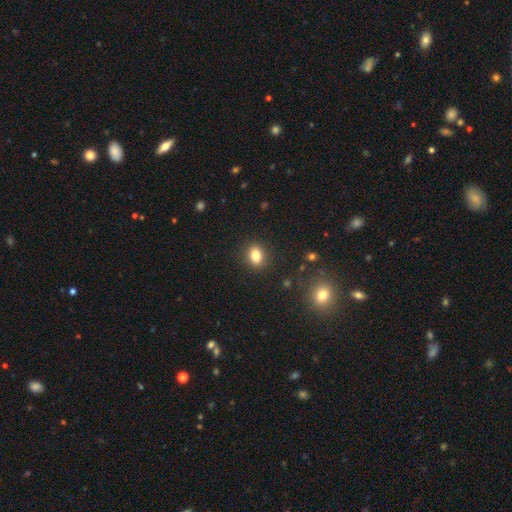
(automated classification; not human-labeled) Smooth or featured: smooth — 82% (star or artifact — 10%)
How rounded: in between — 61% (round — 38%)
Merging: none — 89% (minor disturbance — 8%)